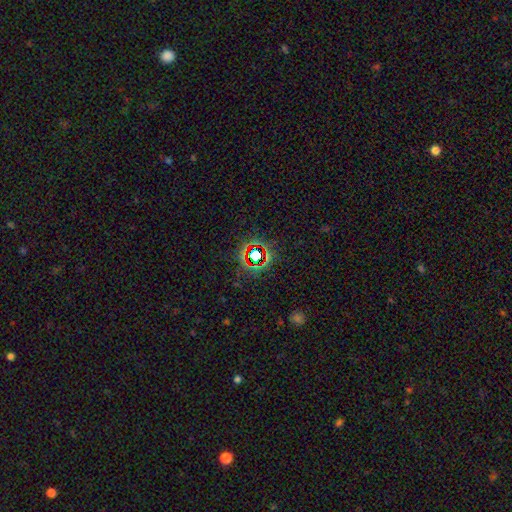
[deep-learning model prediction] star or artifact 73%, smooth 17%, featured or disk 10%.